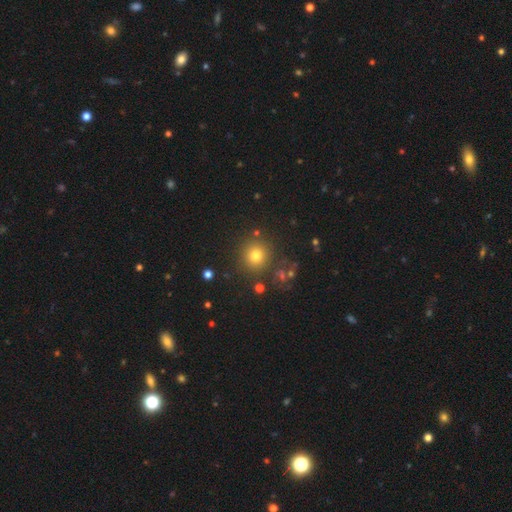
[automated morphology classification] Q: Smooth or featured?
A: smooth (75%); runner-up: star or artifact (17%)
Q: How rounded?
A: round (93%); runner-up: in between (6%)
Q: Merging?
A: none (85%); runner-up: minor disturbance (8%)